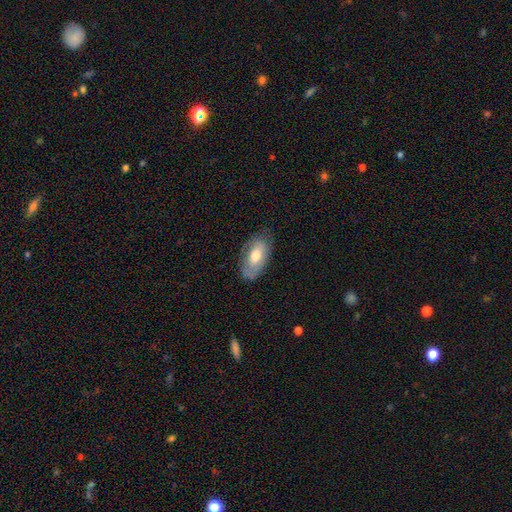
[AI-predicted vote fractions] Smooth or featured? Predicted: smooth (p=0.57). How rounded? Predicted: in between (p=0.93). Merging? Predicted: none (p=0.72).